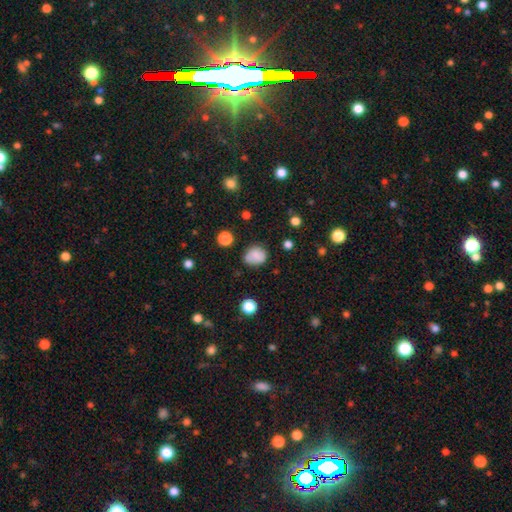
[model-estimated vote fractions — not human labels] Overall: smooth (80%). How rounded: round (63%; in between 36%). Merging: none (71%).